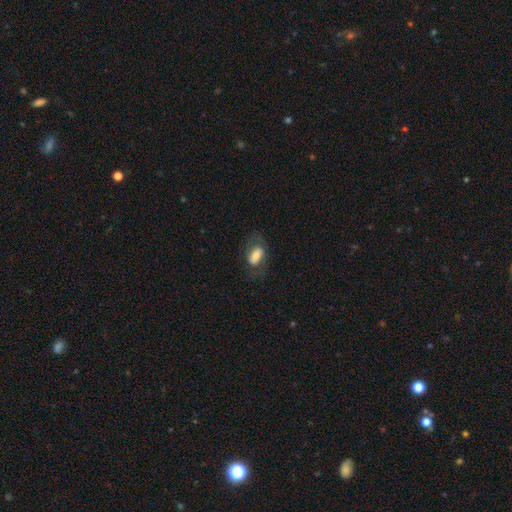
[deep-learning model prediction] Morphology: type=smooth (60%); roundness=in between (88%); merging=none (61%).